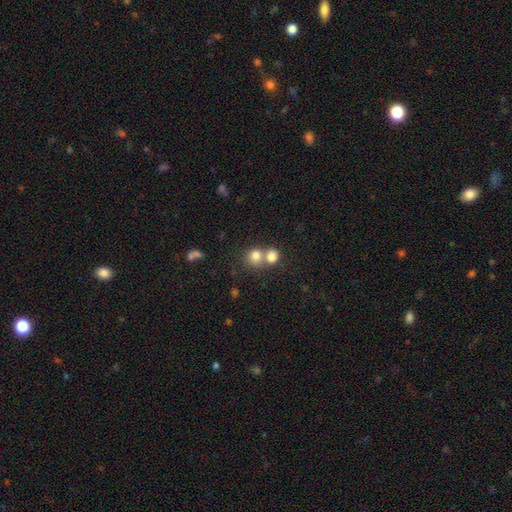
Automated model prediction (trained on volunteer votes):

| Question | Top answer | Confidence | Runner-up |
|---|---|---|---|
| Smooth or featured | smooth | 79% | star or artifact (12%) |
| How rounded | round | 79% | in between (20%) |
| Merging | merger | 49% | none (41%) |